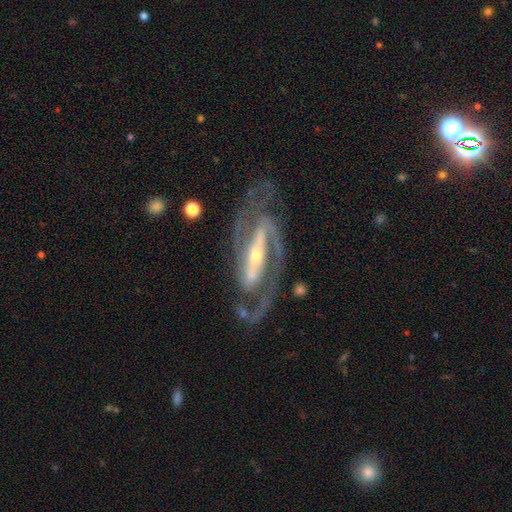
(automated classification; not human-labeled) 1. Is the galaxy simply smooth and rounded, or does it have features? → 92% featured or disk, 4% star or artifact, 3% smooth.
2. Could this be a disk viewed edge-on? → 93% no, 7% yes.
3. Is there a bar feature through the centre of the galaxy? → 72% strong, 17% weak, 11% no.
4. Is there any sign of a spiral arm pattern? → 98% yes, 2% no.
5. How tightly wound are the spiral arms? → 50% medium, 39% tight, 11% loose.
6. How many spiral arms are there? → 89% 2, 4% 3, 3% can't tell, 2% 1, 1% 4, 1% more than 4.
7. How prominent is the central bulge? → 64% small, 31% moderate, 3% large, 1% none, 1% dominant.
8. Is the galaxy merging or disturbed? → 75% none, 14% minor disturbance, 9% major disturbance, 2% merger.